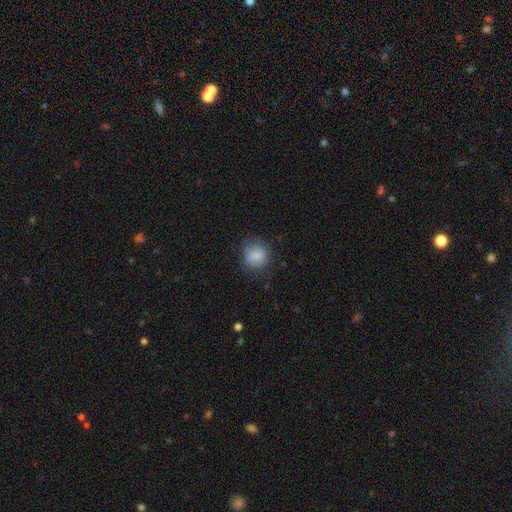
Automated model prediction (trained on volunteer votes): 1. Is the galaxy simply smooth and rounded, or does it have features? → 83% smooth, 9% featured or disk, 8% star or artifact.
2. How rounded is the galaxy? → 83% round, 16% in between, 1% cigar-shaped.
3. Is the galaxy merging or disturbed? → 76% none, 17% minor disturbance, 6% major disturbance, 1% merger.